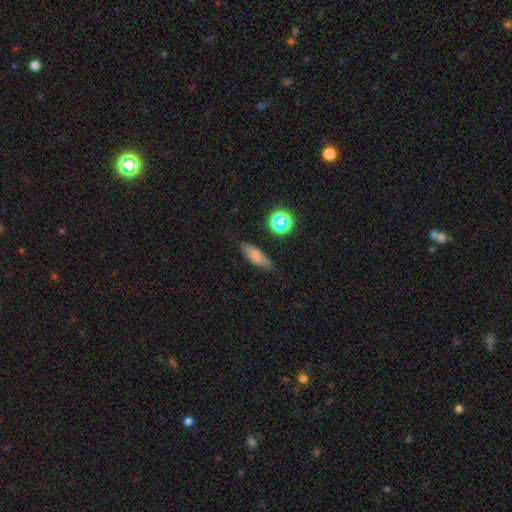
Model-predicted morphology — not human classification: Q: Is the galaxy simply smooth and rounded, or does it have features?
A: smooth — 74%.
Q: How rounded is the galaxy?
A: in between — 53%.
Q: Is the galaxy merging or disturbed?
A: none — 77%.